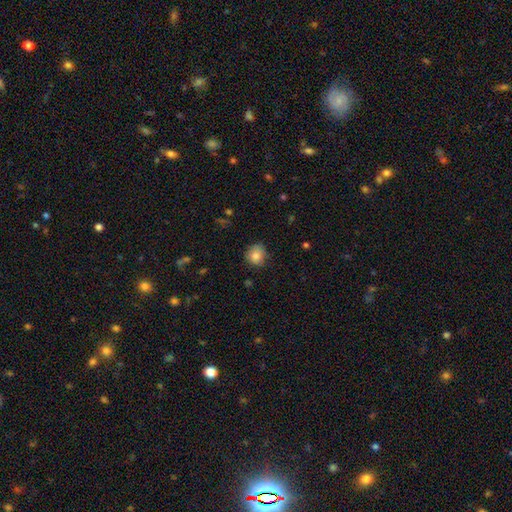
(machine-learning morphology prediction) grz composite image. It shows a smooth galaxy with no disk features (82%) that is round (82%). Merging: none (74%).